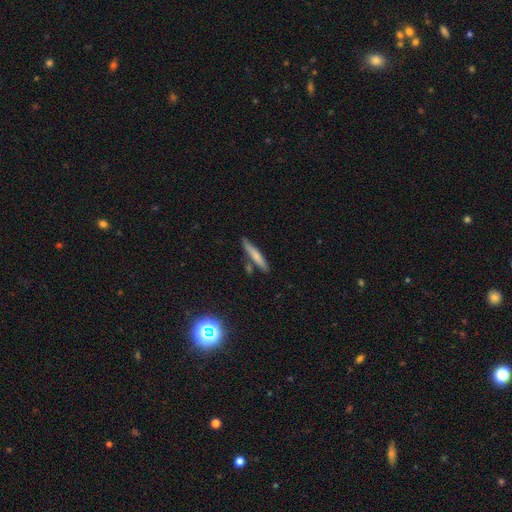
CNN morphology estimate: Smooth or featured? smooth (69%)
How rounded? cigar-shaped (91%)
Merging? none (77%)